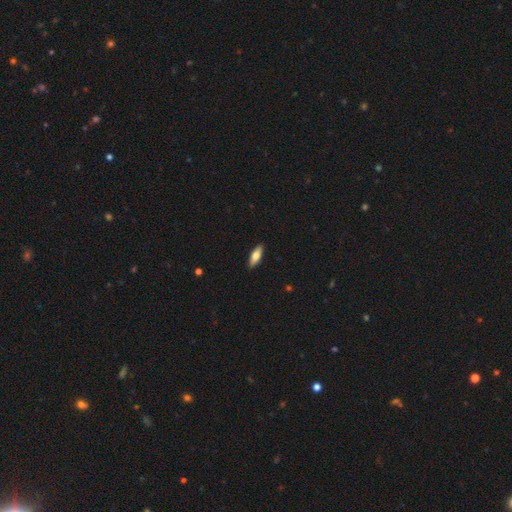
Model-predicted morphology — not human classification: smooth-or-featured: smooth: 64% | featured or disk: 31% | star or artifact: 6%
  how-rounded: in between: 58% | cigar-shaped: 40% | round: 2%
  merging: none: 90% | minor disturbance: 7% | major disturbance: 2% | merger: 1%